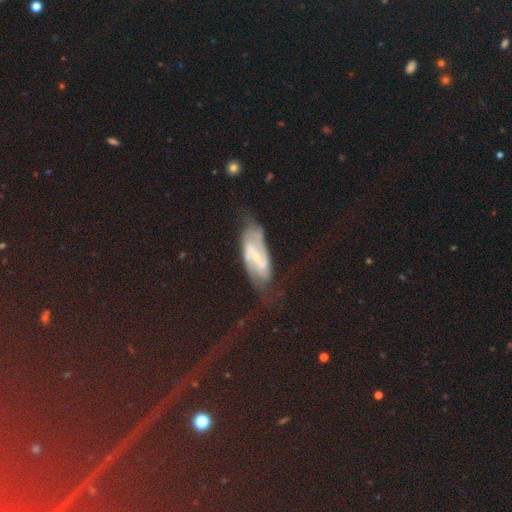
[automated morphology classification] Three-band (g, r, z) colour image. It shows a featured or disk galaxy (68%) with a weak bar (43%), 2 (79%) medium (43%) spiral arms (86%) and a small central bulge (66%). Merging: none (59%).